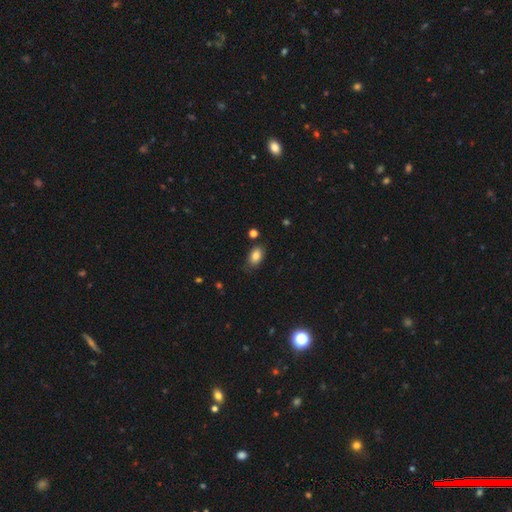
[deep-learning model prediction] A smooth galaxy with no disk features (84%) that is in between round and cigar-shaped (88%).

Vote fractions:
- Smooth or featured? smooth: 84% / star or artifact: 9% / featured or disk: 7%
- How rounded? in between: 88% / round: 10% / cigar-shaped: 2%
- Merging? none: 75% / minor disturbance: 18% / major disturbance: 4% / merger: 3%